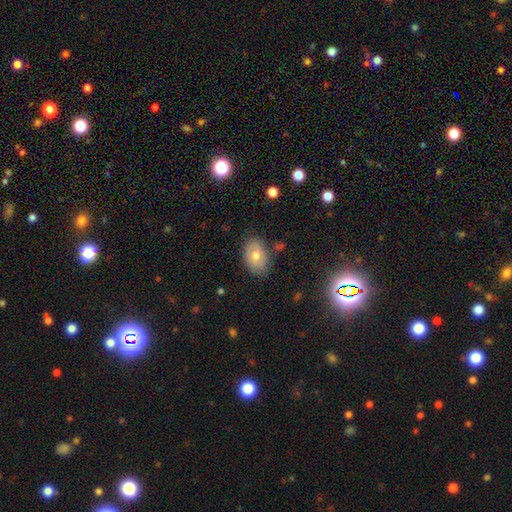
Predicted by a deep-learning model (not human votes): smooth-or-featured: smooth: 66% | featured or disk: 23% | star or artifact: 11%
  how-rounded: in between: 83% | round: 16% | cigar-shaped: 1%
  merging: none: 81% | minor disturbance: 14% | major disturbance: 3% | merger: 2%